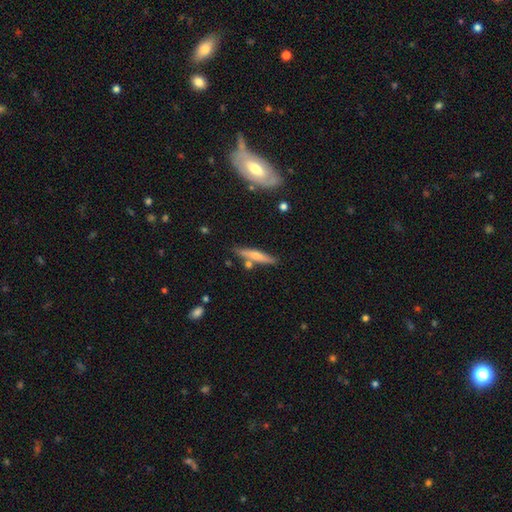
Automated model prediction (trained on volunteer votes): smooth-or-featured: smooth: 57% | featured or disk: 36% | star or artifact: 7%
  how-rounded: cigar-shaped: 88% | in between: 10% | round: 2%
  merging: none: 75% | minor disturbance: 12% | merger: 10% | major disturbance: 3%